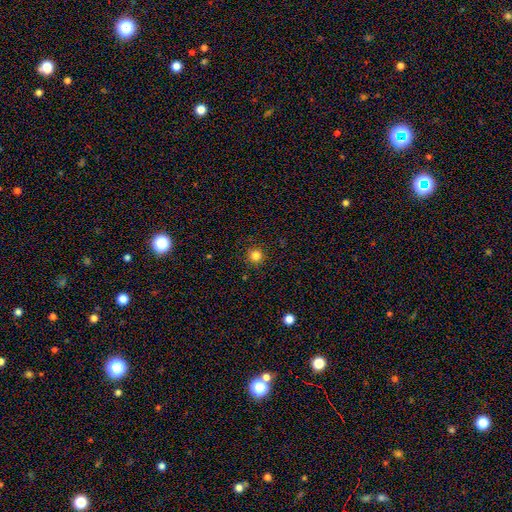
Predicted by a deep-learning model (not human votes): smooth 83%, star or artifact 13%, featured or disk 4%. Down the decision tree: how rounded — round (95%); merging — none (91%).